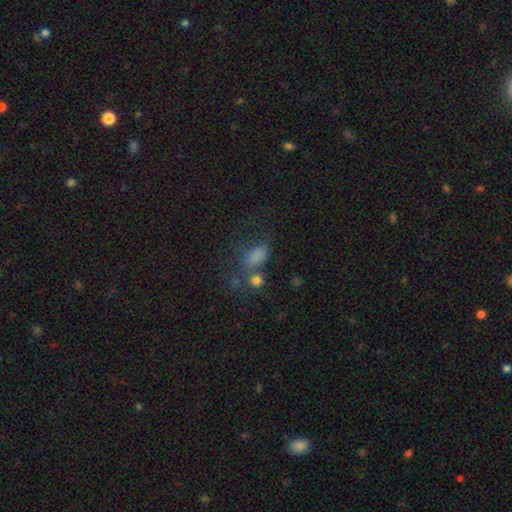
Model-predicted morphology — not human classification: type=smooth (74%); roundness=in between (81%); merging=none (39%).